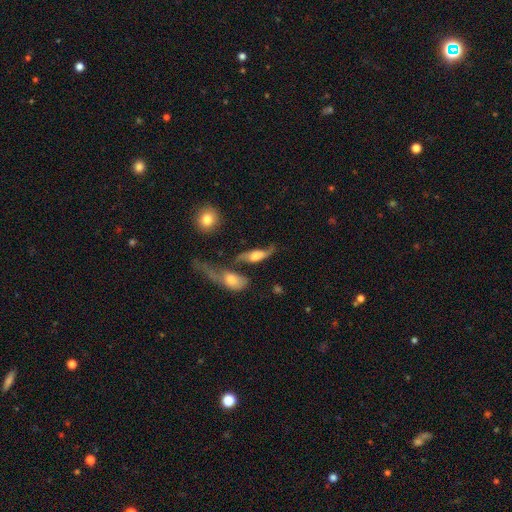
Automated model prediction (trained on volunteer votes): This appears to be a featured or disk galaxy (65%). Merging: none (38%).